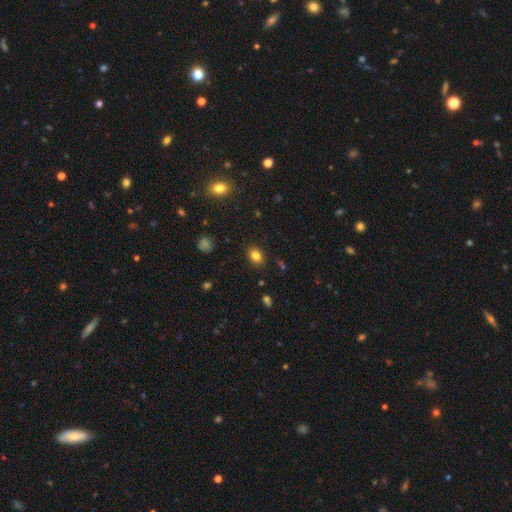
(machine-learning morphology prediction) A smooth galaxy with no disk features (81%) that is in between round and cigar-shaped (63%). Merging: none (86%).